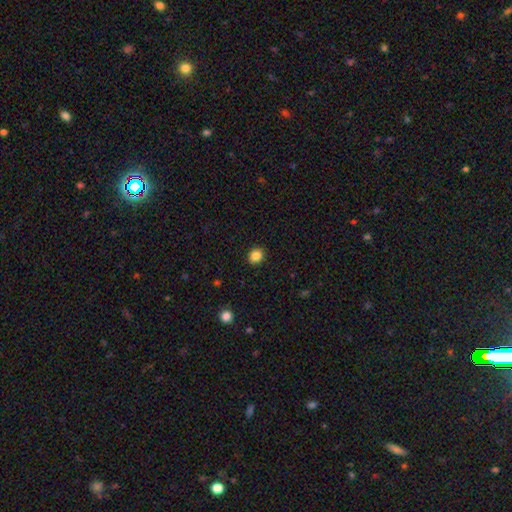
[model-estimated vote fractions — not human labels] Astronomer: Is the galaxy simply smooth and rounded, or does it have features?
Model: smooth — 85%.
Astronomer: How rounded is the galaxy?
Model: round — 78%.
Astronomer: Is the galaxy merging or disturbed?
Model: none — 91%.